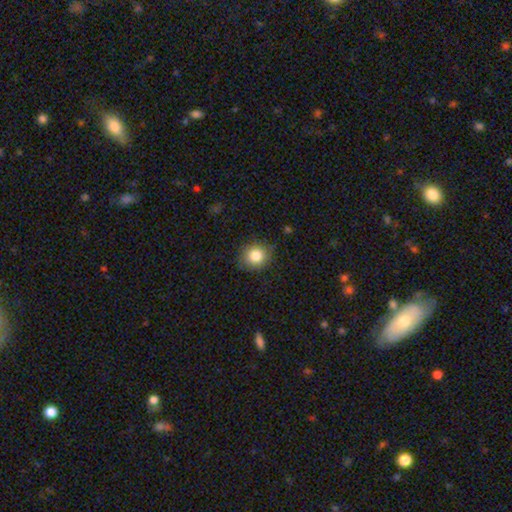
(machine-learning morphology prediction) Q: Smooth or featured?
A: smooth (83%); runner-up: star or artifact (10%)
Q: How rounded?
A: round (81%); runner-up: in between (19%)
Q: Merging?
A: none (84%); runner-up: minor disturbance (12%)